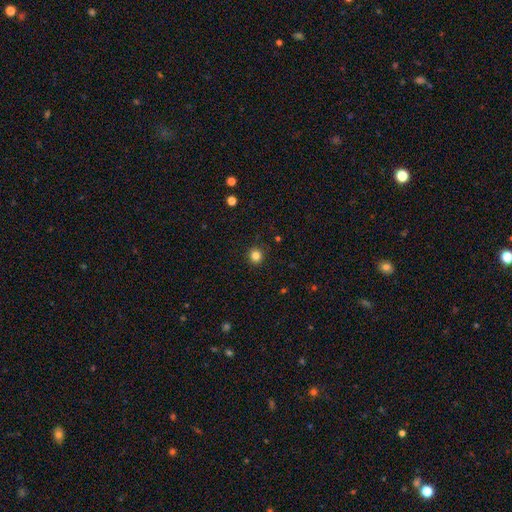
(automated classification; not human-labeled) smooth 83%, star or artifact 12%, featured or disk 4%. Down the decision tree: how rounded — round (92%); merging — none (91%).